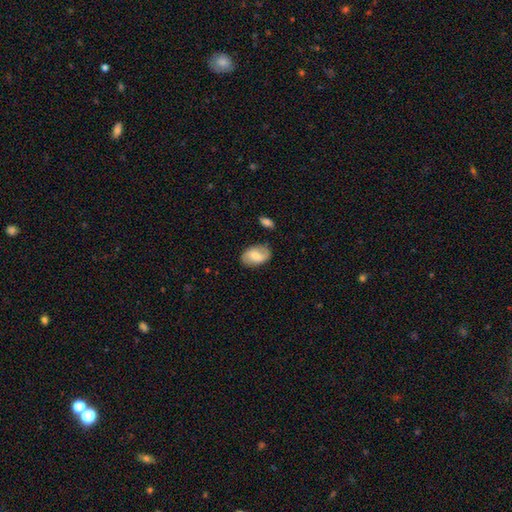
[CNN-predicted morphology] type=smooth (60%); roundness=in between (89%); merging=none (75%).